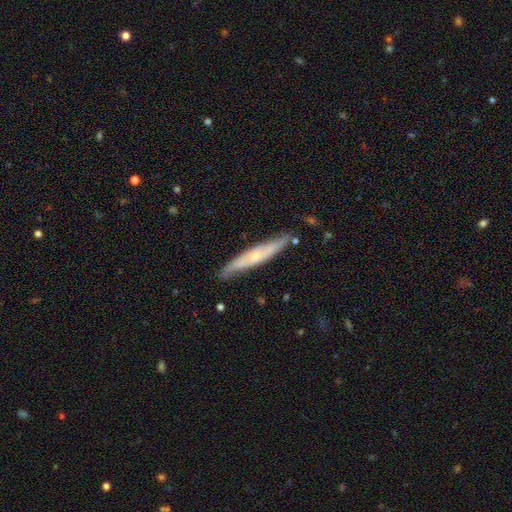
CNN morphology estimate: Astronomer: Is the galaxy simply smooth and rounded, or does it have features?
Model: featured or disk — 65%.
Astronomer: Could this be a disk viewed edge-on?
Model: yes — 70%.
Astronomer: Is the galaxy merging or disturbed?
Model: none — 79%.